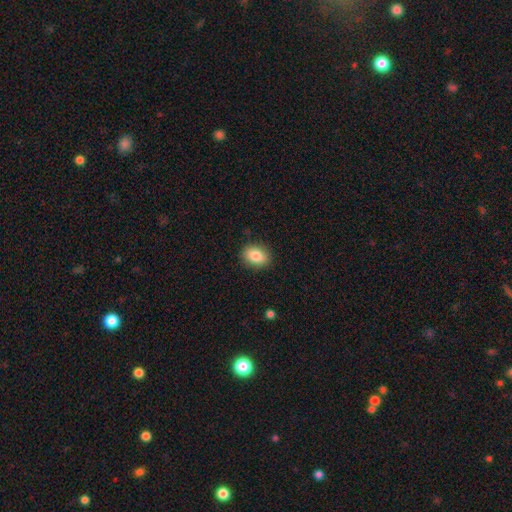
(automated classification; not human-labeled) Smooth or featured?
  - smooth: 84% *
  - star or artifact: 8%
  - featured or disk: 8%
How rounded?
  - in between: 68% *
  - round: 31%
  - cigar-shaped: 1%
Merging?
  - none: 88% *
  - minor disturbance: 9%
  - major disturbance: 2%
  - merger: 1%